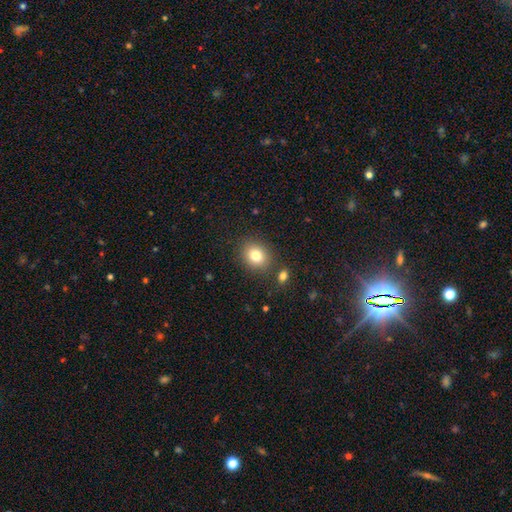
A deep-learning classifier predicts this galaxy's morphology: Smooth or featured? smooth (80%)
How rounded? round (65%)
Merging? none (83%)